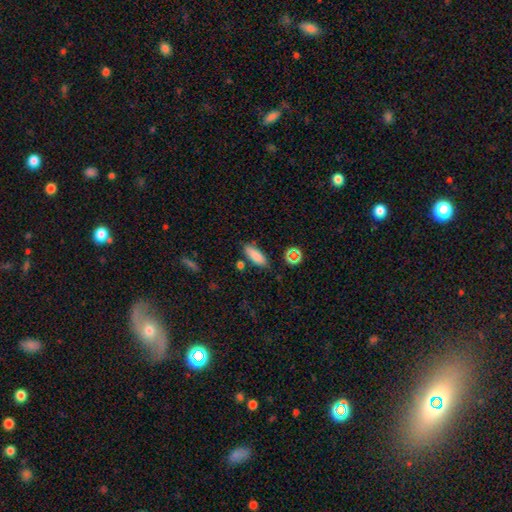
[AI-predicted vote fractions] Smooth or featured?
  - smooth: 83% *
  - star or artifact: 10%
  - featured or disk: 7%
How rounded?
  - in between: 70% *
  - cigar-shaped: 28%
  - round: 3%
Merging?
  - none: 79% *
  - minor disturbance: 13%
  - merger: 6%
  - major disturbance: 3%